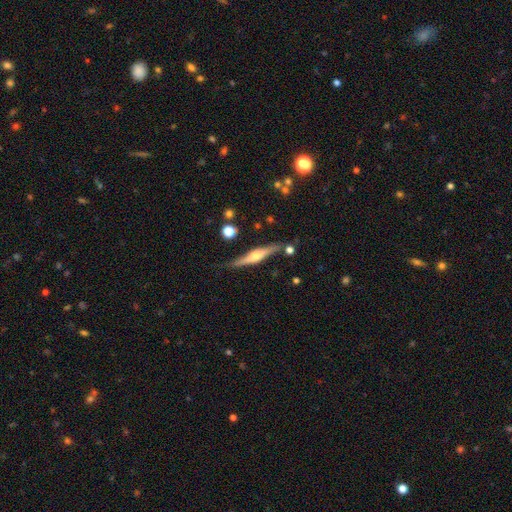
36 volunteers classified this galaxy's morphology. Smooth or featured: featured or disk — 83% (smooth — 14%)
Edge-on disk: yes — 87% (no — 13%)
Edge-on bulge: rounded — 92% (boxy — 8%)
Merging: none — 71% (minor disturbance — 17%)